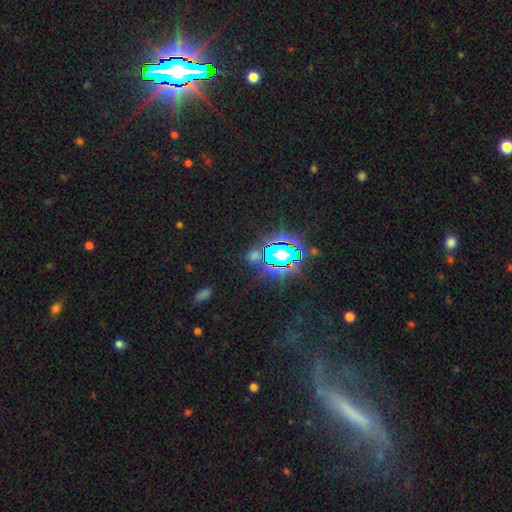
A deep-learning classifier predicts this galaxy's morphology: Smooth or featured: star or artifact — 67% (smooth — 22%)